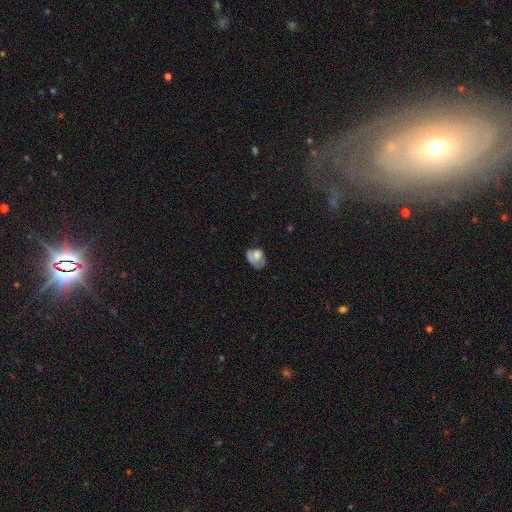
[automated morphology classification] Smooth or featured: smooth — 52% (featured or disk — 38%)
How rounded: in between — 60% (round — 38%)
Merging: none — 34% (minor disturbance — 30%)